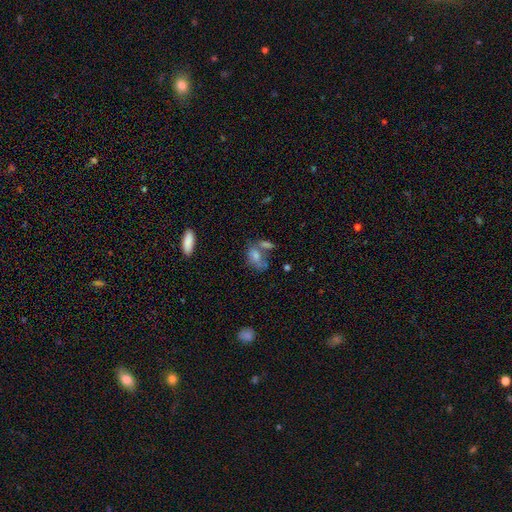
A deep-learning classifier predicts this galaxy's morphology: Smooth or featured? Predicted: smooth (p=0.73). How rounded? Predicted: in between (p=0.84). Merging? Predicted: merger (p=0.35).